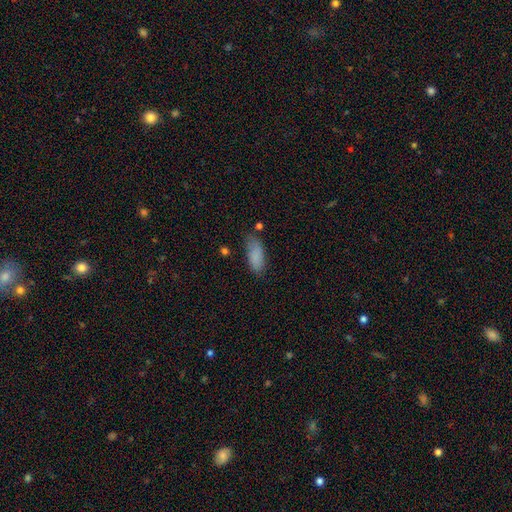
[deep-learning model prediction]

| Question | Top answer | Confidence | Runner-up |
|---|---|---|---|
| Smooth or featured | smooth | 85% | star or artifact (8%) |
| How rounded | in between | 80% | cigar-shaped (18%) |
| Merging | none | 65% | minor disturbance (25%) |